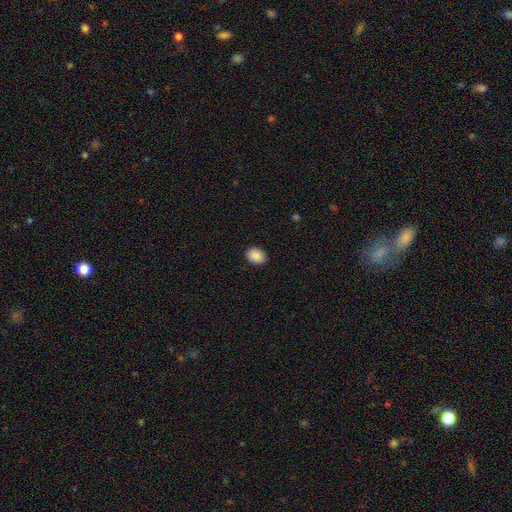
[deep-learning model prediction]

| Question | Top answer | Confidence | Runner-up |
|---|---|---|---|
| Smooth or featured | smooth | 87% | star or artifact (8%) |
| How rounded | in between | 60% | round (39%) |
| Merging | none | 88% | minor disturbance (9%) |